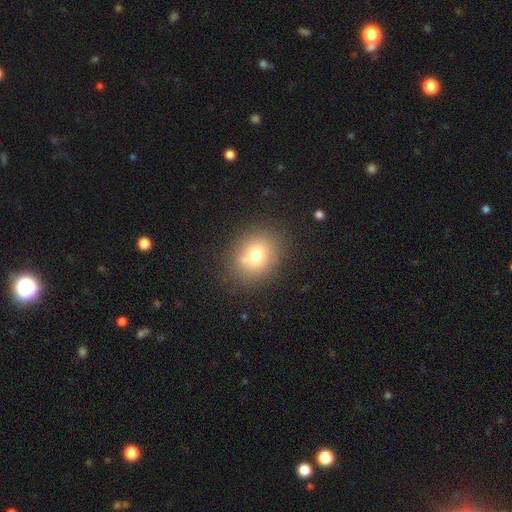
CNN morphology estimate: Q: Smooth or featured?
A: smooth (73%); runner-up: star or artifact (14%)
Q: How rounded?
A: round (62%); runner-up: in between (37%)
Q: Merging?
A: none (78%); runner-up: minor disturbance (12%)